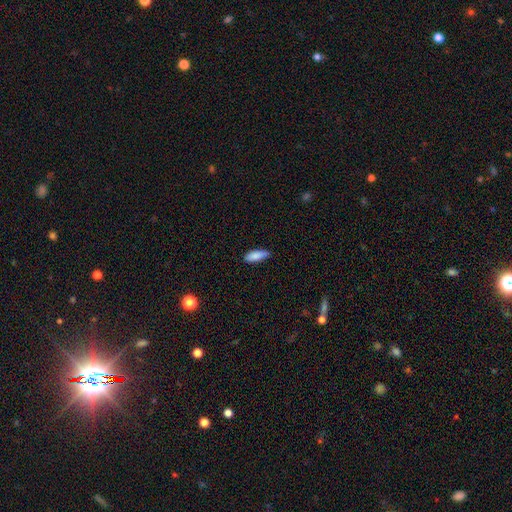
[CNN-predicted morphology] A smooth galaxy with no disk features (86%) that is in between round and cigar-shaped (63%). Merging: none (78%).